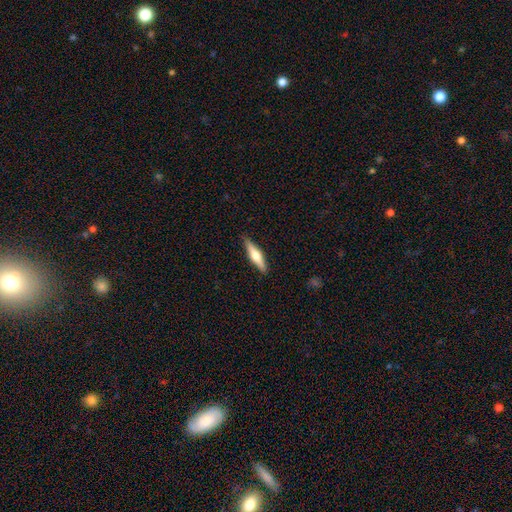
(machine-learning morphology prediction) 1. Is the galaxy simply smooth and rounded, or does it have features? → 50% featured or disk, 45% smooth, 5% star or artifact.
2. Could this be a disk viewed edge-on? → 96% yes, 4% no.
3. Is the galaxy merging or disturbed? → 89% none, 8% minor disturbance, 2% major disturbance, 1% merger.